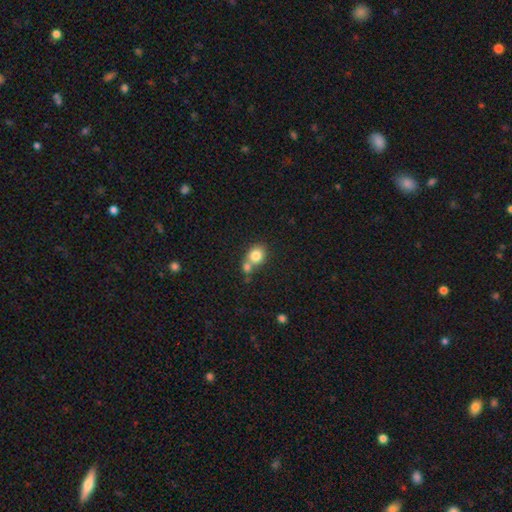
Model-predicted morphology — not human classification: Q: Smooth or featured?
A: smooth (80%); runner-up: featured or disk (11%)
Q: How rounded?
A: round (72%); runner-up: in between (27%)
Q: Merging?
A: merger (48%); runner-up: none (40%)